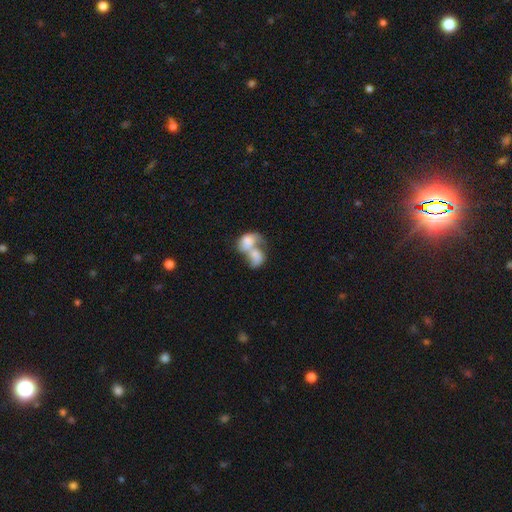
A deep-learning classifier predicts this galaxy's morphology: This appears to be a smooth galaxy with no disk features (67%) that is in between round and cigar-shaped (76%). Merging: merger (83%).